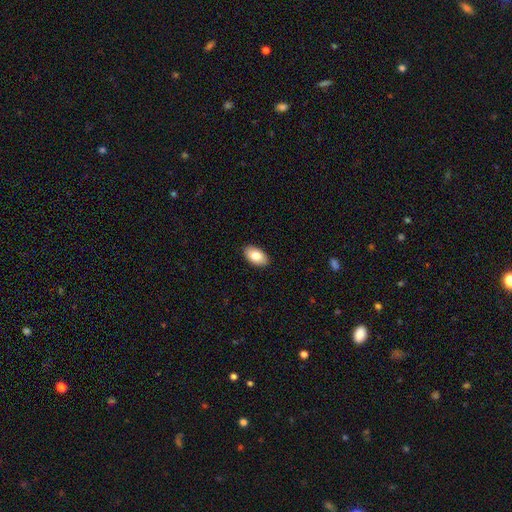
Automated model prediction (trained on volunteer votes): Q: Smooth or featured?
A: smooth (82%); runner-up: featured or disk (12%)
Q: How rounded?
A: in between (94%); runner-up: round (4%)
Q: Merging?
A: none (90%); runner-up: minor disturbance (7%)